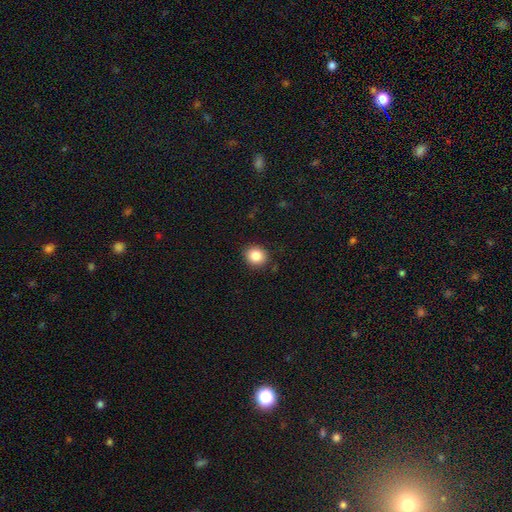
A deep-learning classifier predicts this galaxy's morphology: This is clearly a smooth galaxy (86%). How rounded: likely round (80%). Merging: clearly none (89%).